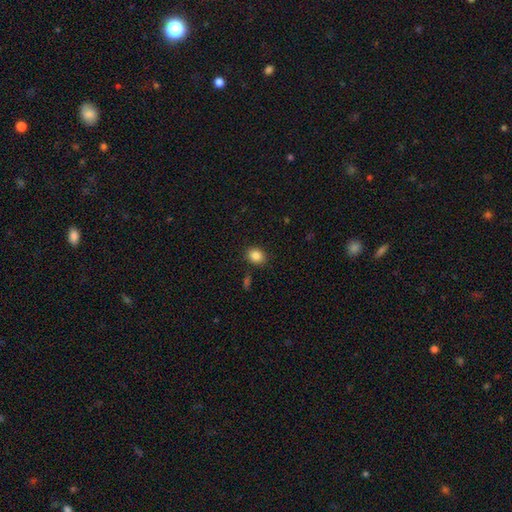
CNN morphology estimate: smooth 85%, star or artifact 10%, featured or disk 5%. Down the decision tree: how rounded — round (60%); merging — none (87%).